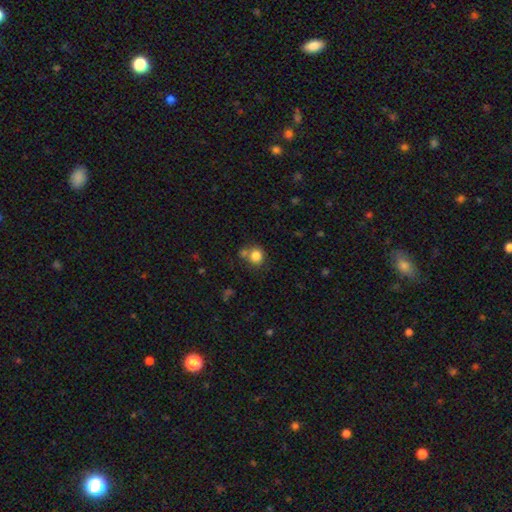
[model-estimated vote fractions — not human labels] Morphology: type=smooth (82%); roundness=round (82%); merging=none (60%).